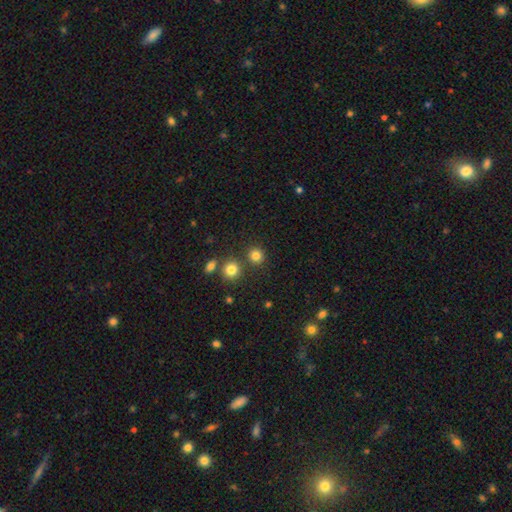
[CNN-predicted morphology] Smooth or featured: smooth — 81% (star or artifact — 14%)
How rounded: round — 90% (in between — 9%)
Merging: none — 81% (merger — 9%)